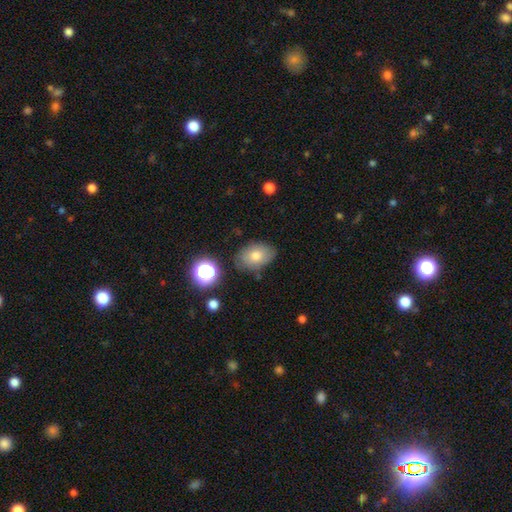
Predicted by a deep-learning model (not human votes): A smooth galaxy with no disk features (76%) that is in between round and cigar-shaped (79%).

Vote fractions:
- Smooth or featured? smooth: 76% / featured or disk: 13% / star or artifact: 11%
- How rounded? in between: 79% / round: 20% / cigar-shaped: 1%
- Merging? none: 78% / minor disturbance: 16% / major disturbance: 4% / merger: 3%